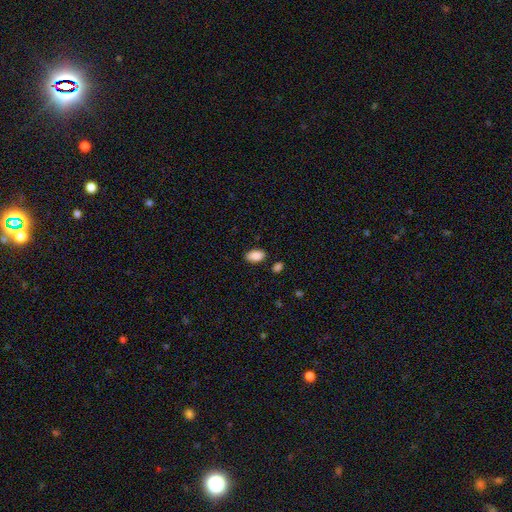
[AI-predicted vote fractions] smooth_or_featured: smooth (p=0.89) [alt: star or artifact p=0.07]
how_rounded: in between (p=0.94) [alt: round p=0.05]
merging: none (p=0.83) [alt: minor disturbance p=0.12]